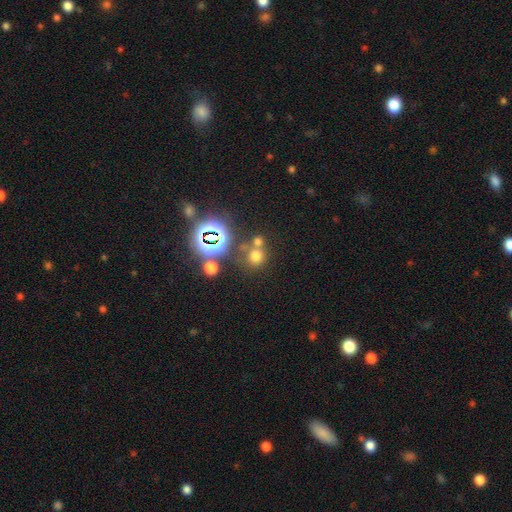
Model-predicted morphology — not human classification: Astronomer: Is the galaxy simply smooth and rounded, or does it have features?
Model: smooth — 60%.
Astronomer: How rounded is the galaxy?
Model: round — 86%.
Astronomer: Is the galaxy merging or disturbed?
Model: none — 59%.